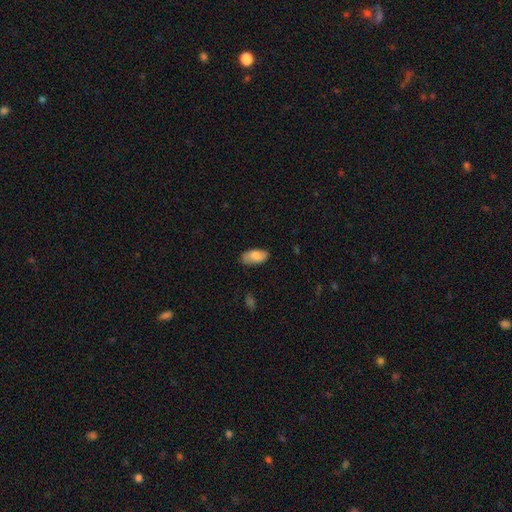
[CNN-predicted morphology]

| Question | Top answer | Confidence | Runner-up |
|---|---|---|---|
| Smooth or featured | smooth | 80% | featured or disk (14%) |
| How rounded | in between | 93% | cigar-shaped (4%) |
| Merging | none | 79% | minor disturbance (16%) |